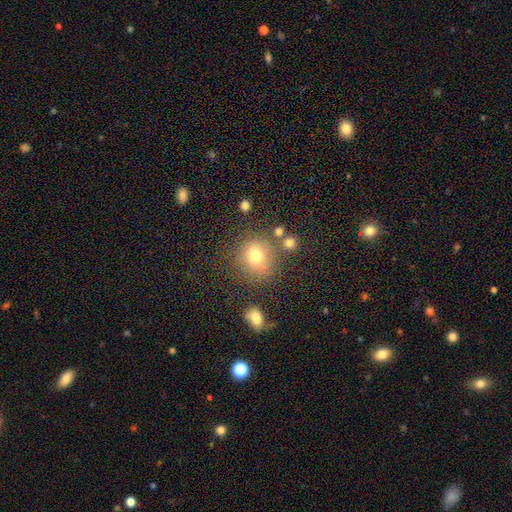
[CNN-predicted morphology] smooth-or-featured: smooth: 75% | star or artifact: 14% | featured or disk: 10%
  how-rounded: round: 83% | in between: 16% | cigar-shaped: 1%
  merging: none: 72% | minor disturbance: 13% | merger: 9% | major disturbance: 6%